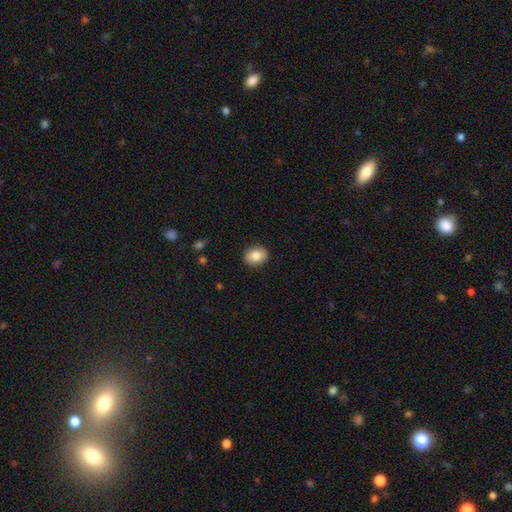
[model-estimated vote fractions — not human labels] A smooth galaxy with no disk features (83%) that is in between round and cigar-shaped (54%). Merging: none (88%).